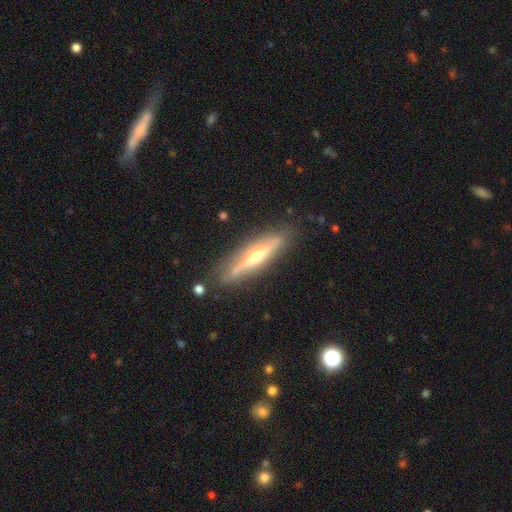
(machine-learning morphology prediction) smooth-or-featured: featured or disk: 71% | smooth: 23% | star or artifact: 6%
  disk-edge-on: yes: 91% | no: 9%
    edge-on-bulge: rounded: 87% | none: 8% | boxy: 5%
  merging: none: 83% | minor disturbance: 12% | major disturbance: 3% | merger: 2%